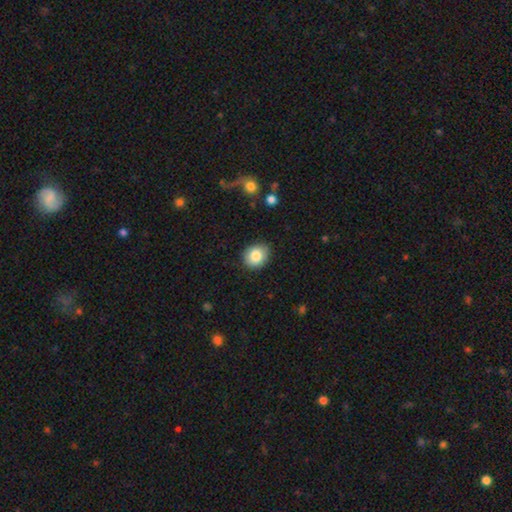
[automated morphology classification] Smooth or featured?
  - smooth: 84% *
  - star or artifact: 8%
  - featured or disk: 8%
How rounded?
  - round: 61% *
  - in between: 38%
  - cigar-shaped: 1%
Merging?
  - none: 83% *
  - minor disturbance: 13%
  - major disturbance: 3%
  - merger: 1%